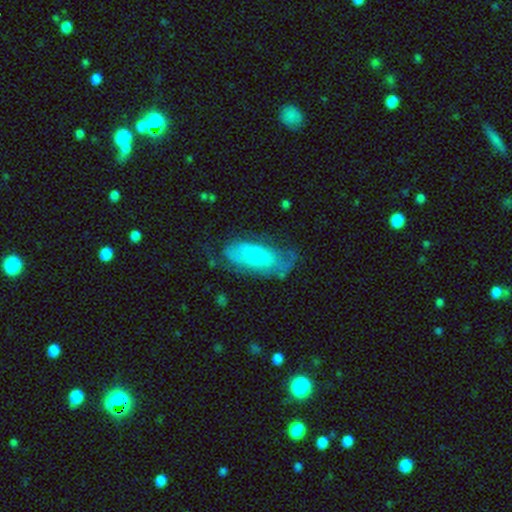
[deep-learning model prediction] The model was most divided on "merging": none: 46%, minor disturbance: 30%, major disturbance: 21%, merger: 3%. More confident: how rounded — in between (86%); smooth or featured — smooth (55%).